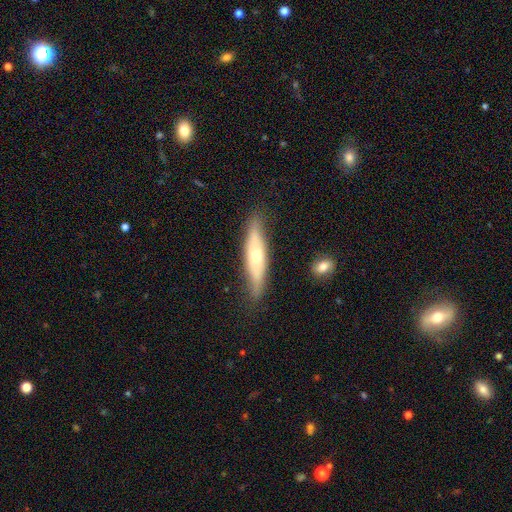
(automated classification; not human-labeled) The model was most divided on "smooth or featured": featured or disk: 49%, smooth: 44%, star or artifact: 6%. More confident: merging — none (78%).